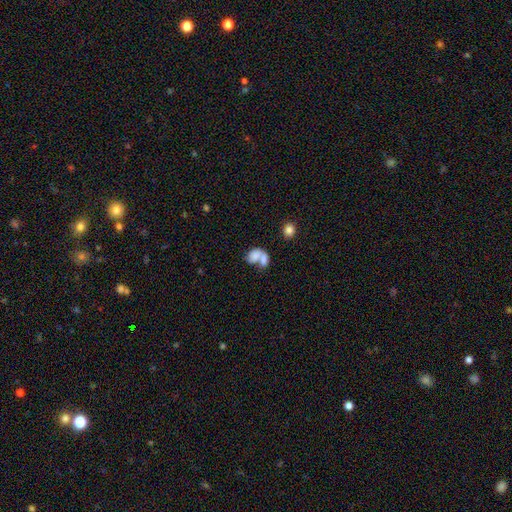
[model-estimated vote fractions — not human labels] A smooth galaxy with no disk features (66%) that is in between round and cigar-shaped (77%).

Vote fractions:
- Smooth or featured? smooth: 66% / featured or disk: 24% / star or artifact: 10%
- How rounded? in between: 77% / round: 22% / cigar-shaped: 2%
- Merging? merger: 65% / none: 16% / major disturbance: 11% / minor disturbance: 8%